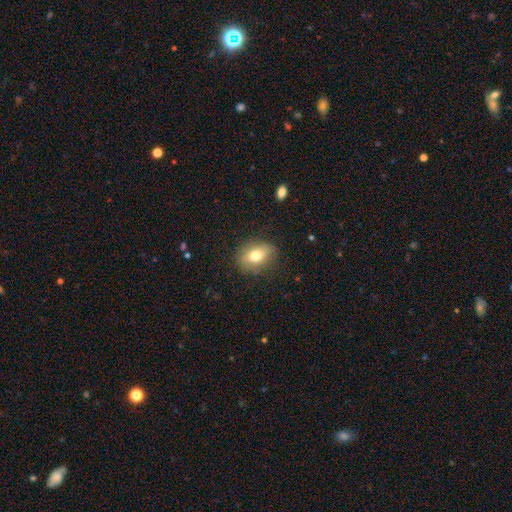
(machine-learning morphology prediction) Q: Smooth or featured?
A: smooth (74%); runner-up: featured or disk (18%)
Q: How rounded?
A: in between (77%); runner-up: round (20%)
Q: Merging?
A: none (77%); runner-up: minor disturbance (17%)